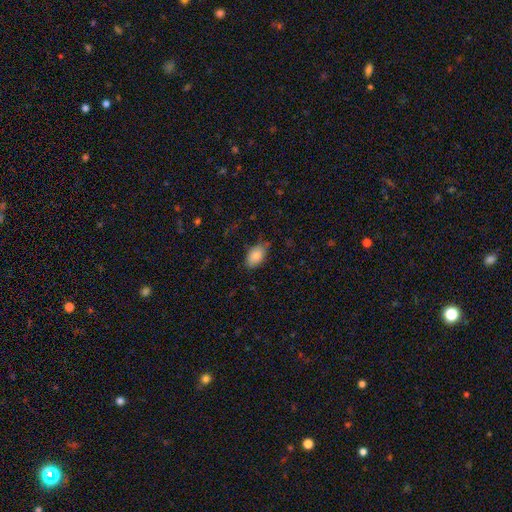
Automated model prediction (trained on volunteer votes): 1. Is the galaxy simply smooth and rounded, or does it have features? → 86% smooth, 7% star or artifact, 7% featured or disk.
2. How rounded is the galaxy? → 91% in between, 7% round, 2% cigar-shaped.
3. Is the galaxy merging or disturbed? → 69% none, 25% minor disturbance, 5% major disturbance, 1% merger.